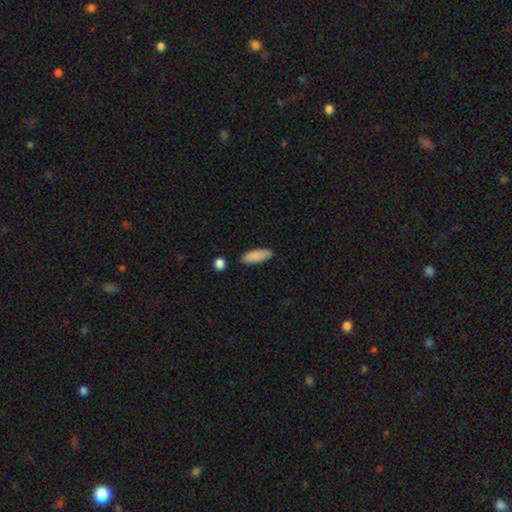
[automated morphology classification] This is clearly a smooth galaxy (88%). How rounded: likely in between (70%). Merging: clearly none (82%).